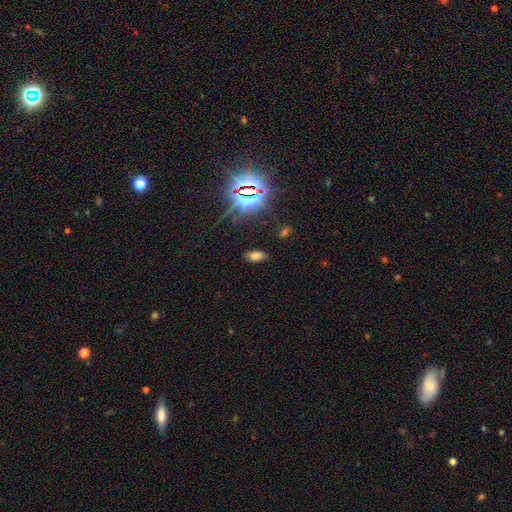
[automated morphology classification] Smooth or featured? Predicted: smooth (p=0.66). How rounded? Predicted: in between (p=0.91). Merging? Predicted: none (p=0.86).